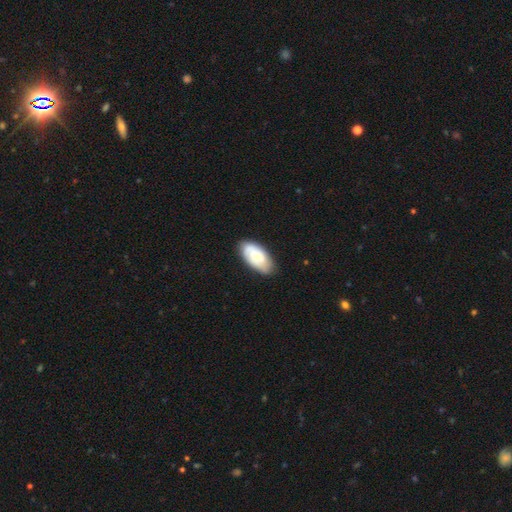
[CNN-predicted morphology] Q: Smooth or featured?
A: smooth (65%); runner-up: featured or disk (29%)
Q: How rounded?
A: in between (93%); runner-up: cigar-shaped (5%)
Q: Merging?
A: none (74%); runner-up: minor disturbance (20%)